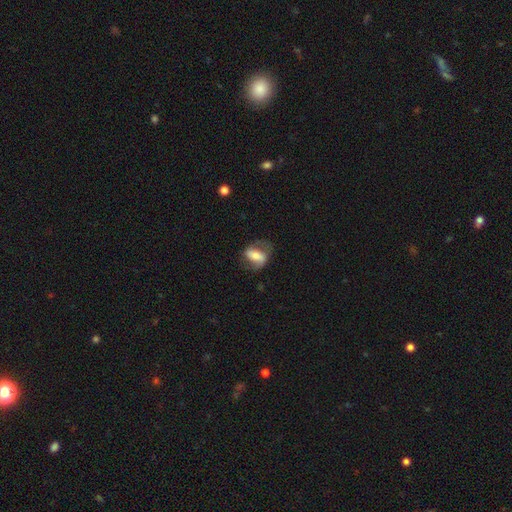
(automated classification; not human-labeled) The model was most divided on "smooth or featured": featured or disk: 50%, smooth: 42%, star or artifact: 7%. More confident: edge-on disk — no (90%); merging — none (61%).